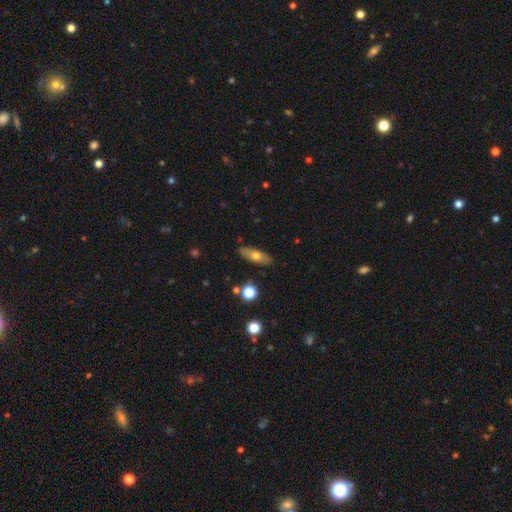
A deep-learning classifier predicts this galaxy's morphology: smooth_or_featured: smooth (p=0.61) [alt: featured or disk p=0.32]
how_rounded: in between (p=0.59) [alt: cigar-shaped p=0.36]
merging: none (p=0.86) [alt: minor disturbance p=0.10]